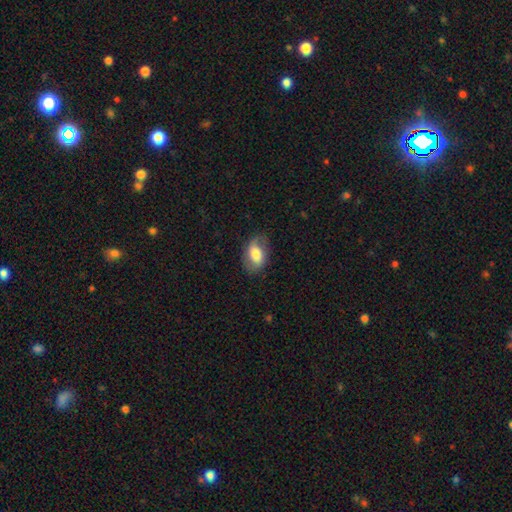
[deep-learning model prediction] smooth-or-featured: smooth: 53% | featured or disk: 40% | star or artifact: 8%
  how-rounded: in between: 85% | round: 13% | cigar-shaped: 2%
  merging: none: 74% | minor disturbance: 17% | major disturbance: 7% | merger: 1%